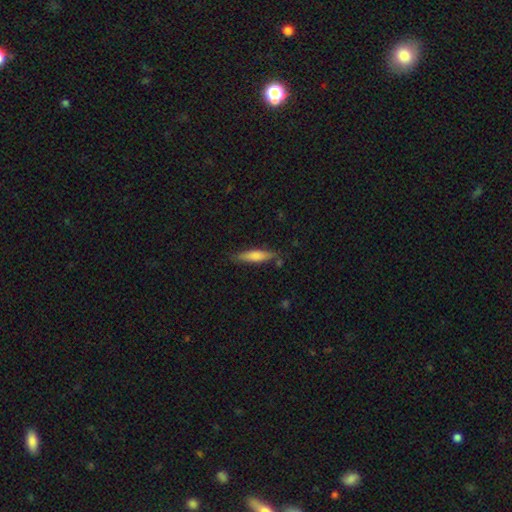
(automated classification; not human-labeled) smooth 69%, featured or disk 25%, star or artifact 6%. Down the decision tree: how rounded — cigar-shaped (79%); merging — none (79%).